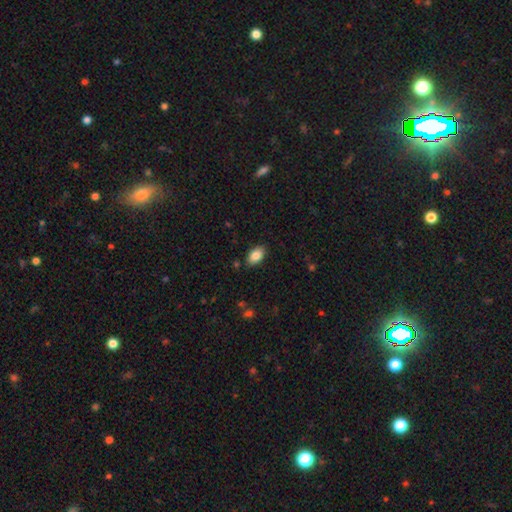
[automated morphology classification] Overall: smooth (85%). How rounded: in between (92%). Merging: none (86%).